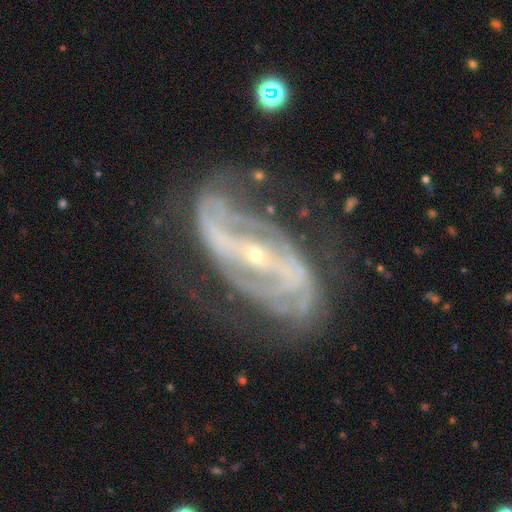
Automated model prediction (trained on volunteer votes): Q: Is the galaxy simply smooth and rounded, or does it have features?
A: featured or disk — 89%.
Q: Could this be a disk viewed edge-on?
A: no — 92%.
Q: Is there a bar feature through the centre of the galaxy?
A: strong — 65%.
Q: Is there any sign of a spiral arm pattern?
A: yes — 91%.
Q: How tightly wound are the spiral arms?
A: medium — 42%.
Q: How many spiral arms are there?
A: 2 — 64%.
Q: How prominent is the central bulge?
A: small — 78%.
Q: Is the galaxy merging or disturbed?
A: none — 59%.